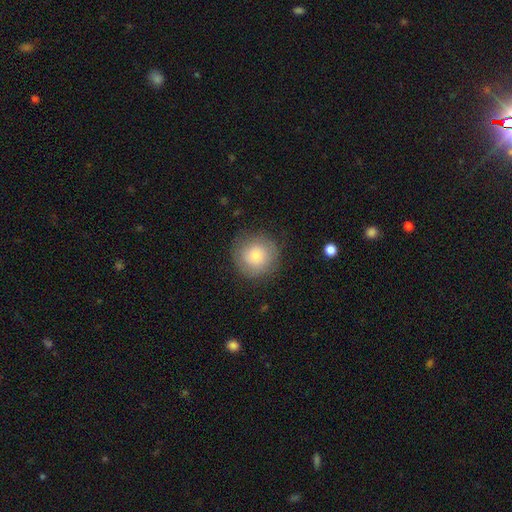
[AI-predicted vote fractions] The model was most divided on "smooth or featured": smooth: 74%, featured or disk: 18%, star or artifact: 9%. More confident: how rounded — round (94%); merging — none (84%).